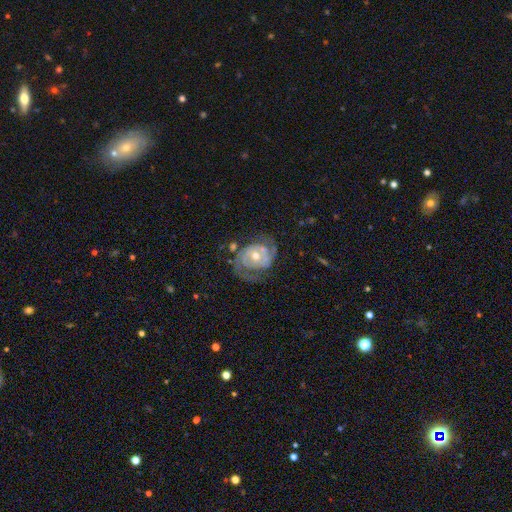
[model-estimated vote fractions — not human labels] Smooth or featured? Predicted: featured or disk (p=0.86). Edge-on disk? Predicted: no (p=0.98). Bar? Predicted: no (p=0.69). Spiral arms? Predicted: yes (p=0.94). Spiral winding? Predicted: tight (p=0.46). Spiral arm count? Predicted: 2 (p=0.73). Bulge size? Predicted: moderate (p=0.62). Merging? Predicted: none (p=0.58).